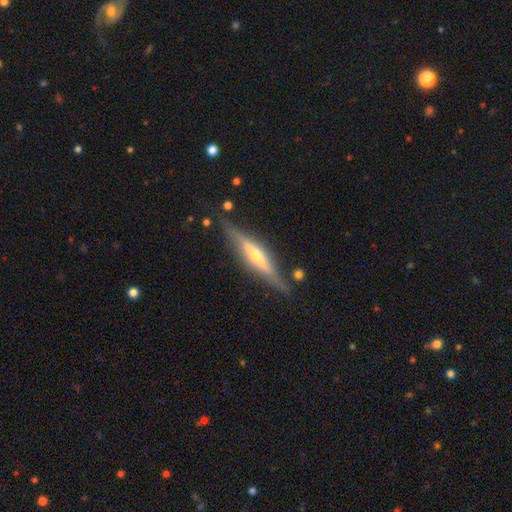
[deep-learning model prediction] Smooth or featured?
  - featured or disk: 76% *
  - smooth: 19%
  - star or artifact: 6%
Edge-on disk?
  - yes: 95% *
  - no: 5%
Edge-on bulge?
  - rounded: 74% *
  - none: 13%
  - boxy: 13%
Merging?
  - none: 82% *
  - minor disturbance: 13%
  - major disturbance: 3%
  - merger: 3%